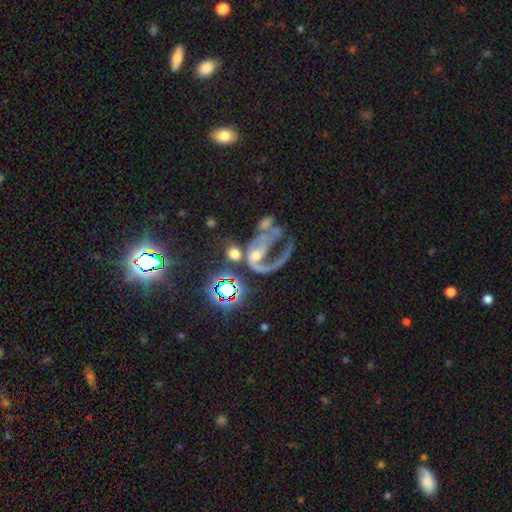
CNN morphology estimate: Overall: featured or disk (66%). Edge-on disk: no (97%). Bar: no (65%). Spiral arms: yes (68%; no 32%). Bulge size: moderate (38%; small 35%). Merging: major disturbance (38%; merger 33%).